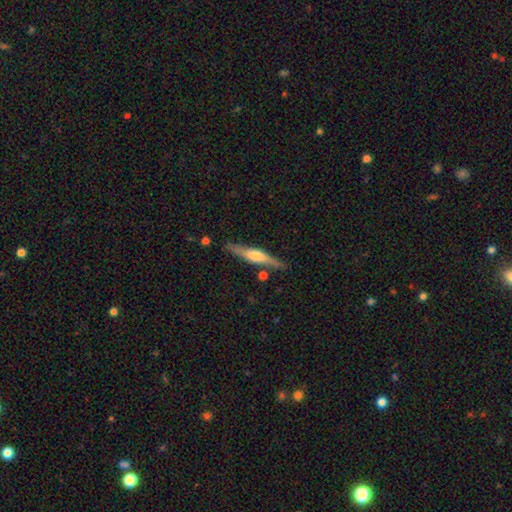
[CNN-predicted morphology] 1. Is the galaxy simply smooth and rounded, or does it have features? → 61% featured or disk, 34% smooth, 6% star or artifact.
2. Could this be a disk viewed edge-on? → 94% yes, 6% no.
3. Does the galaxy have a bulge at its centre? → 69% rounded, 21% boxy, 9% none.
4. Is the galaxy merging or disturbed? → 82% none, 12% minor disturbance, 3% merger, 3% major disturbance.